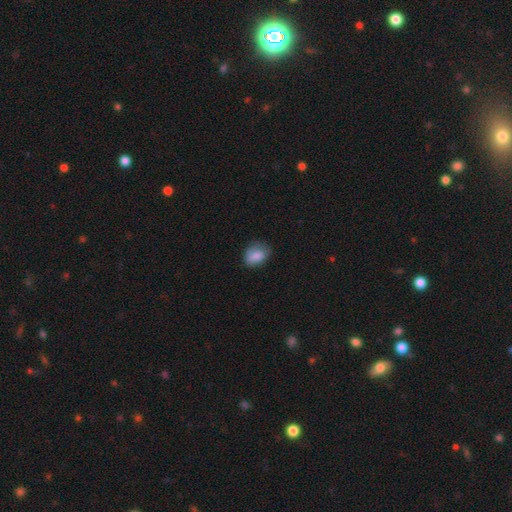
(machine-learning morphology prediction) Overall: smooth (82%). How rounded: in between (71%). Merging: none (63%; minor disturbance 27%).